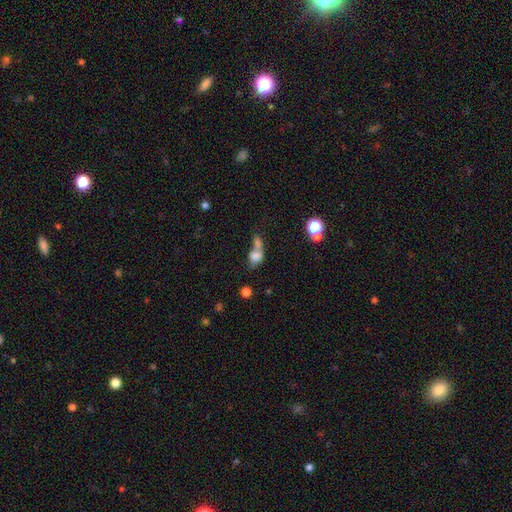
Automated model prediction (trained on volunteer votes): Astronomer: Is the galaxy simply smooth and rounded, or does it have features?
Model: smooth — 70%.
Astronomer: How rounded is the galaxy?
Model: in between — 60% (runner-up: round, 36%).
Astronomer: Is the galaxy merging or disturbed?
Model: merger — 60%.